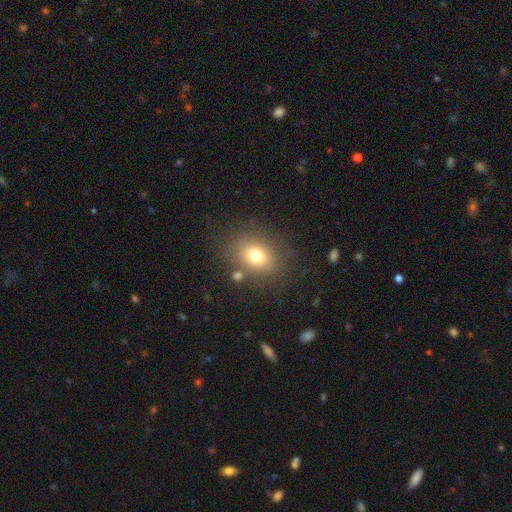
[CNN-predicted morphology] type=smooth (74%); roundness=in between (50%); merging=none (78%).